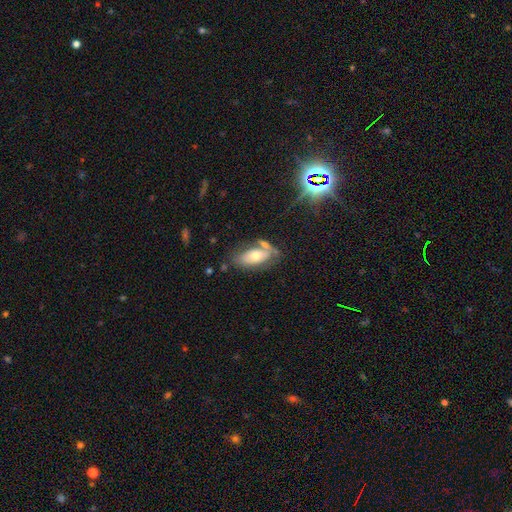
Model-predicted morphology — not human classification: This is possibly a smooth galaxy (58%). How rounded: clearly in between (88%). Merging: possibly none (56%).